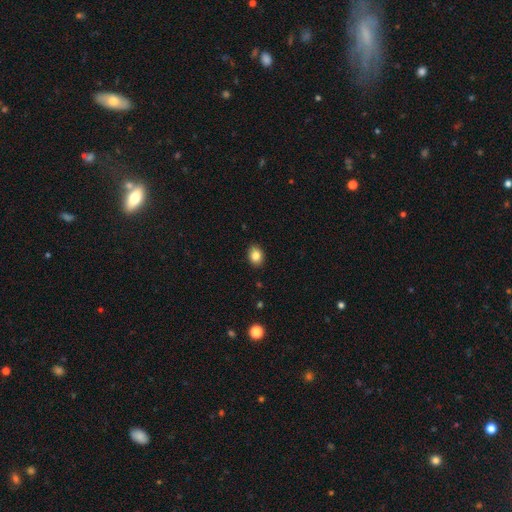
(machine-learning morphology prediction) A smooth galaxy with no disk features (85%) that is in between round and cigar-shaped (62%).

Vote fractions:
- Smooth or featured? smooth: 85% / star or artifact: 9% / featured or disk: 6%
- How rounded? in between: 62% / round: 37% / cigar-shaped: 1%
- Merging? none: 90% / minor disturbance: 8% / major disturbance: 2% / merger: 1%